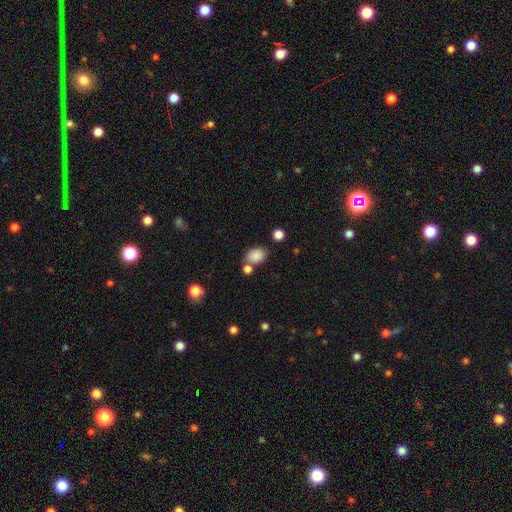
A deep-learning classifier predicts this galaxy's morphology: This appears to be a smooth galaxy with no disk features (85%) that is in between round and cigar-shaped (67%). Merging: none (61%).